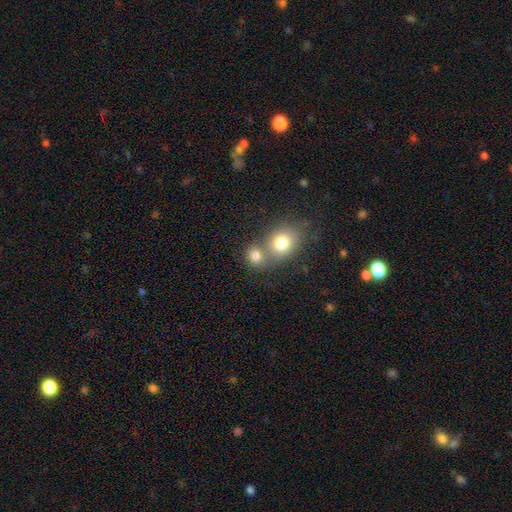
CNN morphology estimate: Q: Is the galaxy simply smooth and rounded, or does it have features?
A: smooth — 79%.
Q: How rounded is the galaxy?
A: round — 67%.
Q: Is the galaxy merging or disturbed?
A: merger — 51%.